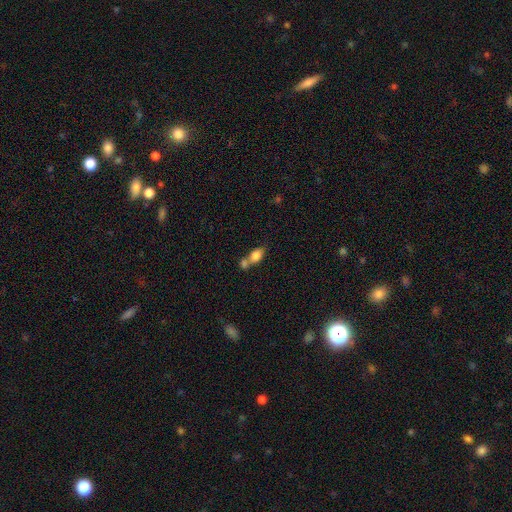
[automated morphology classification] Smooth or featured: smooth — 79% (featured or disk — 12%)
How rounded: in between — 80% (round — 15%)
Merging: merger — 57% (none — 29%)